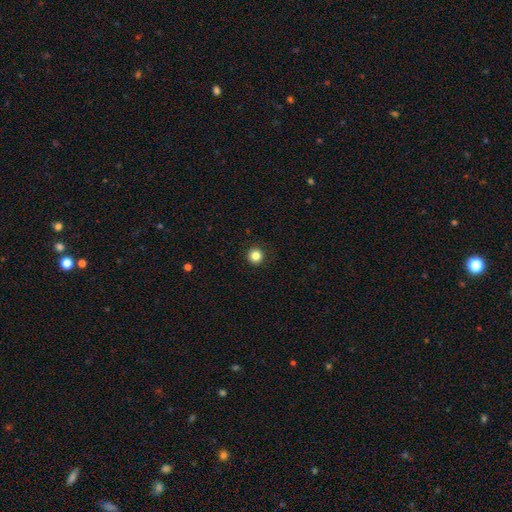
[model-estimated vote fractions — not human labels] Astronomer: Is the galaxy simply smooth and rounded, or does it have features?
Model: smooth — 85%.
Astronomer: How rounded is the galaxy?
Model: round — 95%.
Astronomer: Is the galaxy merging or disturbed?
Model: none — 92%.